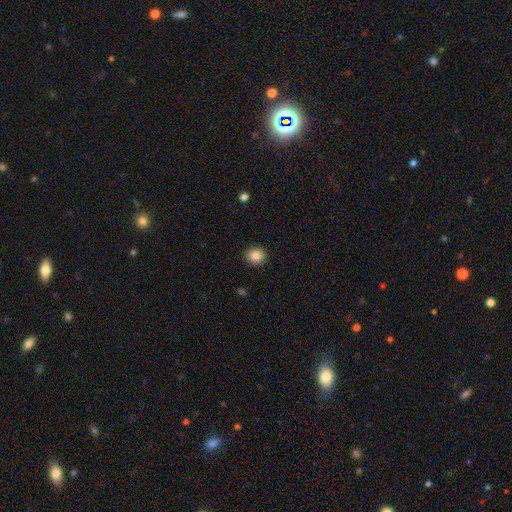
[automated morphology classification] smooth 86%, star or artifact 10%, featured or disk 4%. Down the decision tree: how rounded — round (87%); merging — none (91%).